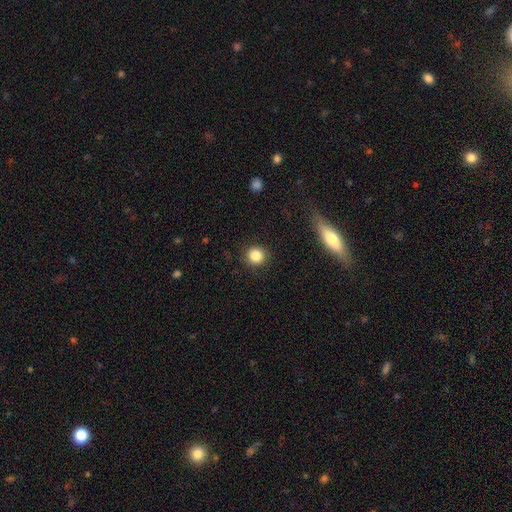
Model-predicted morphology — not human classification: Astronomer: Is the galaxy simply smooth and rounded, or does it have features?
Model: smooth — 85%.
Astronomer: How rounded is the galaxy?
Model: round — 90%.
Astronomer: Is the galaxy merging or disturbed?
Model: none — 89%.